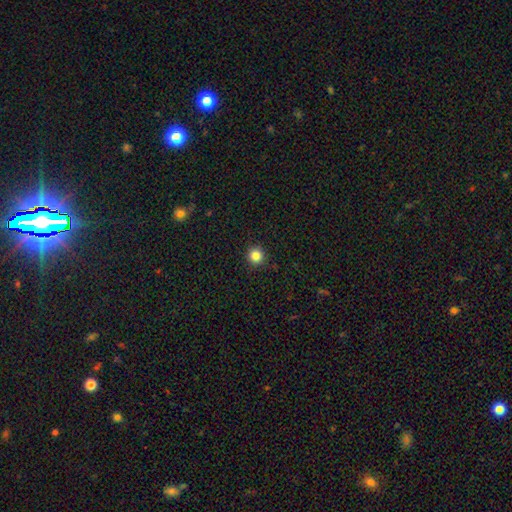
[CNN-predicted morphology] smooth 84%, star or artifact 11%, featured or disk 4%. Down the decision tree: how rounded — round (95%); merging — none (93%).